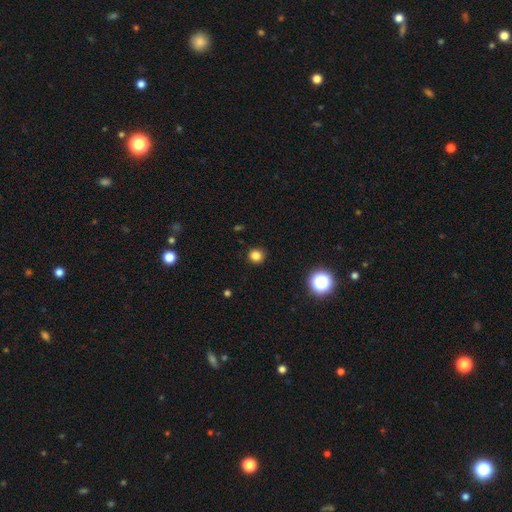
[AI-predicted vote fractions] Overall: smooth (81%). How rounded: round (92%). Merging: none (90%).